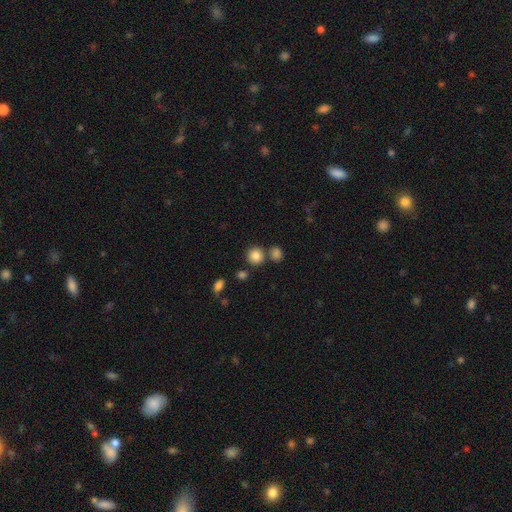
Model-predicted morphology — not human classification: Smooth or featured?
  - smooth: 85% *
  - star or artifact: 10%
  - featured or disk: 5%
How rounded?
  - round: 88% *
  - in between: 11%
  - cigar-shaped: 1%
Merging?
  - none: 73% *
  - merger: 15%
  - minor disturbance: 9%
  - major disturbance: 3%